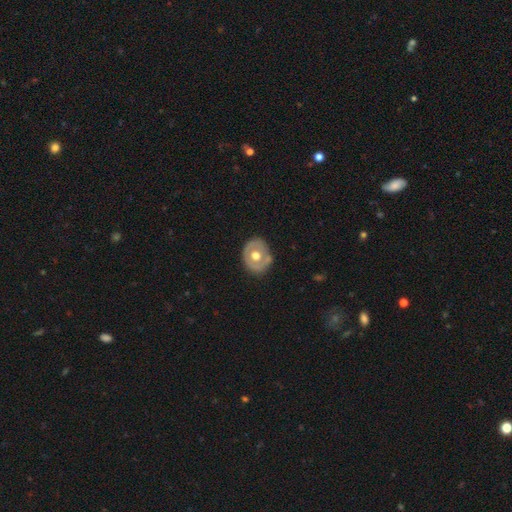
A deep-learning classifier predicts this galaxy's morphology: A featured or disk galaxy (51%). Merging: none (78%).